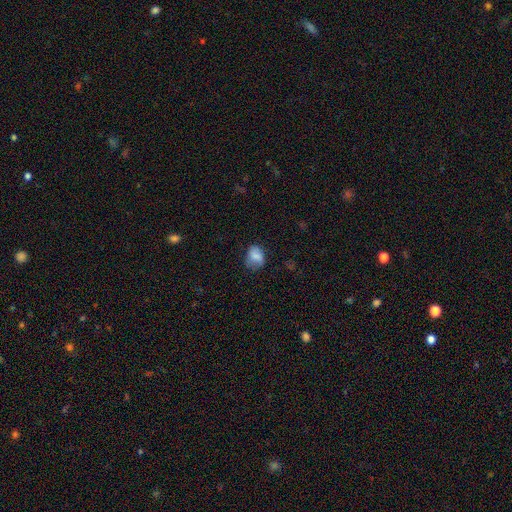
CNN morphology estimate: type=smooth (78%); roundness=in between (56%); merging=none (57%).